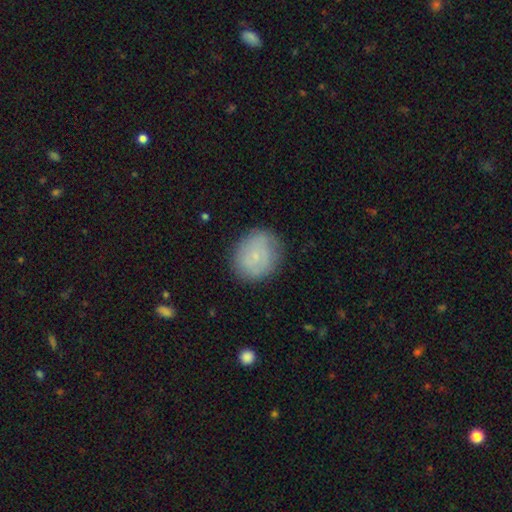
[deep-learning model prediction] The model was most divided on "smooth or featured": smooth: 62%, featured or disk: 29%, star or artifact: 9%. More confident: merging — none (79%); how rounded — round (70%).